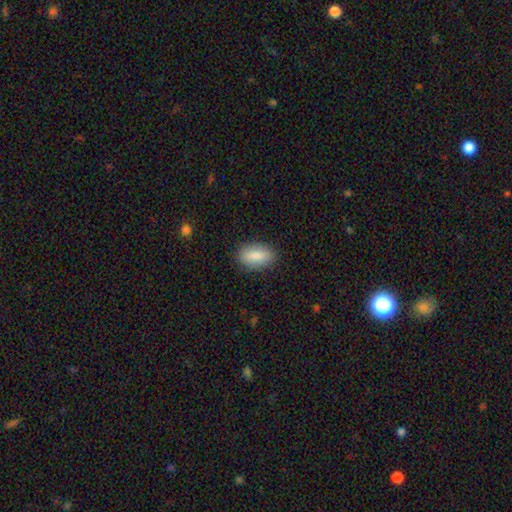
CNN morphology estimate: A smooth galaxy with no disk features (86%) that is in between round and cigar-shaped (90%).

Vote fractions:
- Smooth or featured? smooth: 86% / featured or disk: 8% / star or artifact: 7%
- How rounded? in between: 90% / cigar-shaped: 5% / round: 5%
- Merging? none: 85% / minor disturbance: 11% / major disturbance: 3% / merger: 1%